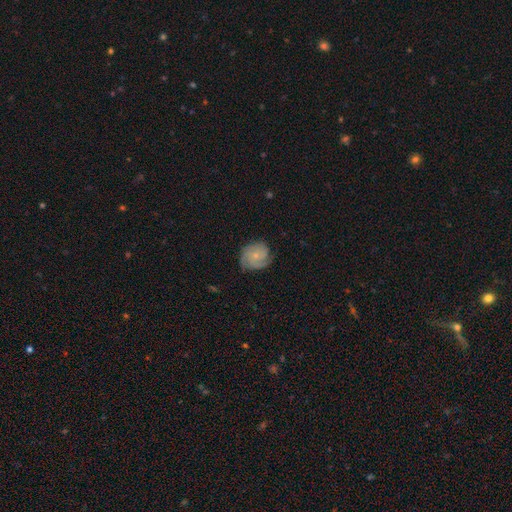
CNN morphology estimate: Q: Smooth or featured?
A: featured or disk (74%); runner-up: smooth (20%)
Q: Edge-on disk?
A: no (98%); runner-up: yes (2%)
Q: Bar?
A: no (79%); runner-up: weak (18%)
Q: Spiral arms?
A: yes (95%); runner-up: no (5%)
Q: Spiral winding?
A: tight (61%); runner-up: medium (31%)
Q: Spiral arm count?
A: 3 (38%); runner-up: 2 (23%)
Q: Bulge size?
A: small (72%); runner-up: moderate (23%)
Q: Merging?
A: none (71%); runner-up: minor disturbance (21%)